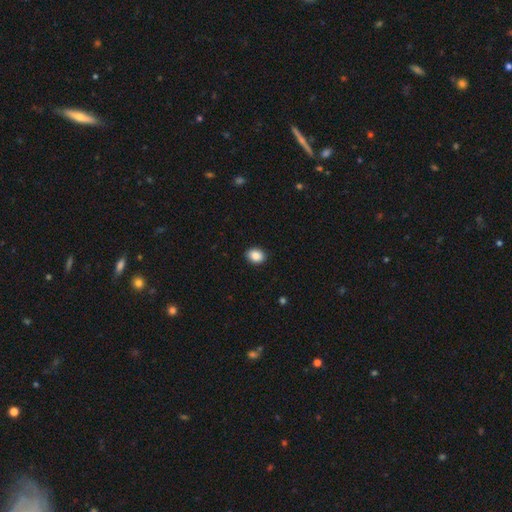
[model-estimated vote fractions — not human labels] Overall: smooth (88%). How rounded: in between (64%; round 35%). Merging: none (91%).